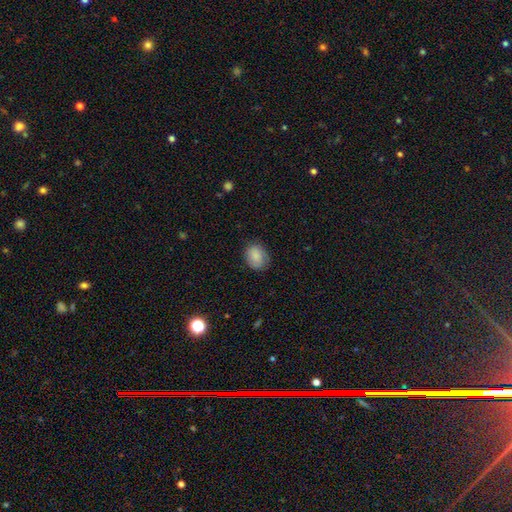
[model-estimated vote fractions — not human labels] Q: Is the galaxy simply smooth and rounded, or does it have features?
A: smooth — 87%.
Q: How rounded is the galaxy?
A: in between — 53%.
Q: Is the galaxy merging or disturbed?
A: none — 81%.